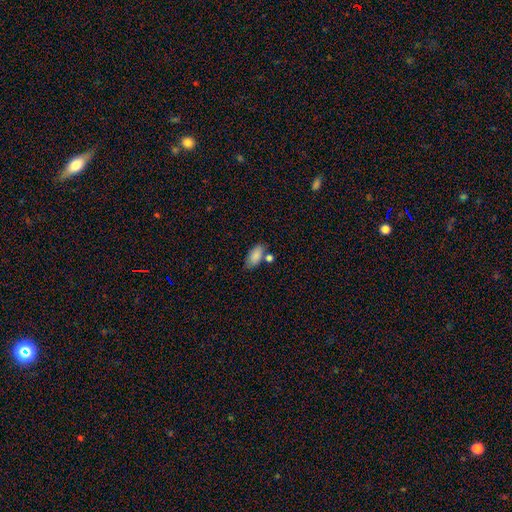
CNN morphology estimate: Smooth or featured? smooth (85%)
How rounded? in between (91%)
Merging? none (62%)